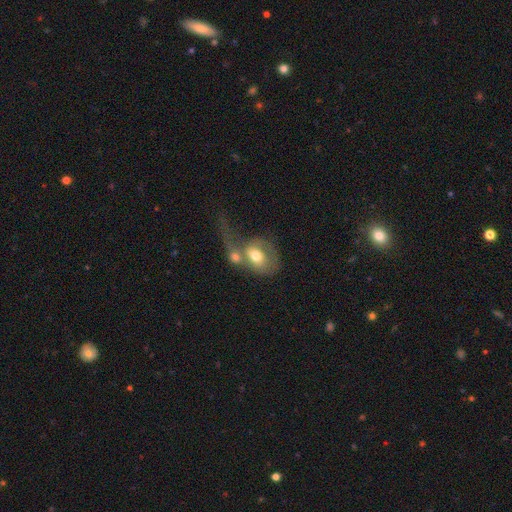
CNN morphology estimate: Smooth or featured: smooth — 53% (featured or disk — 40%)
How rounded: in between — 61% (round — 37%)
Merging: merger — 59% (major disturbance — 23%)